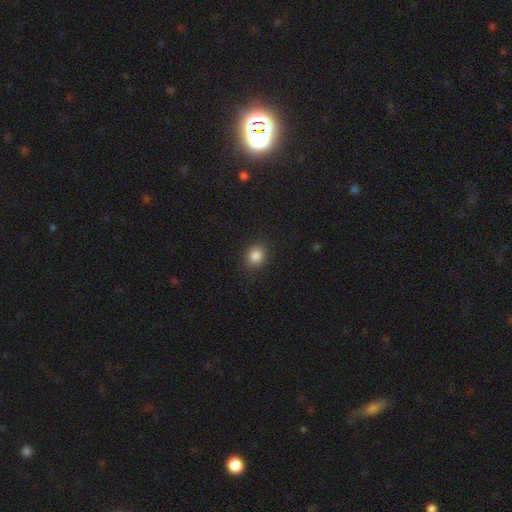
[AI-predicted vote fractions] Q: Smooth or featured?
A: smooth (85%); runner-up: star or artifact (11%)
Q: How rounded?
A: round (70%); runner-up: in between (29%)
Q: Merging?
A: none (88%); runner-up: minor disturbance (8%)